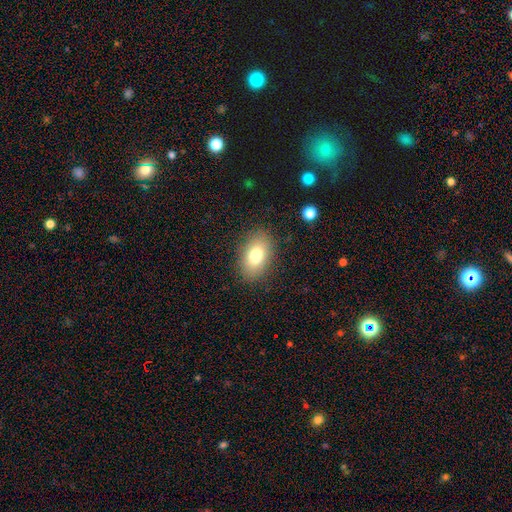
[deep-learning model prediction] This appears to be a smooth galaxy with no disk features (78%) that is in between round and cigar-shaped (89%). Merging: none (86%).